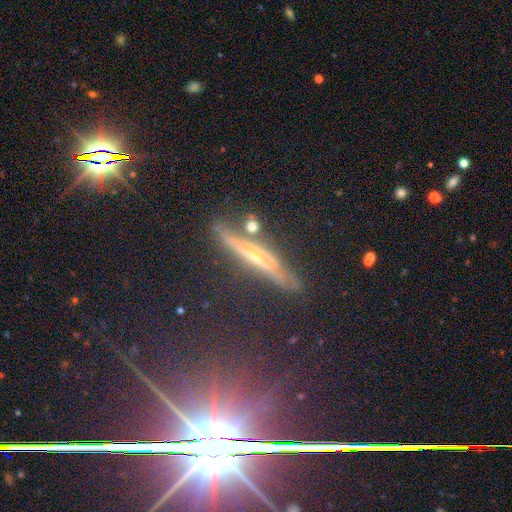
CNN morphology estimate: This appears to be a featured or disk galaxy (51%) viewed edge-on (77%). Merging: none (73%).